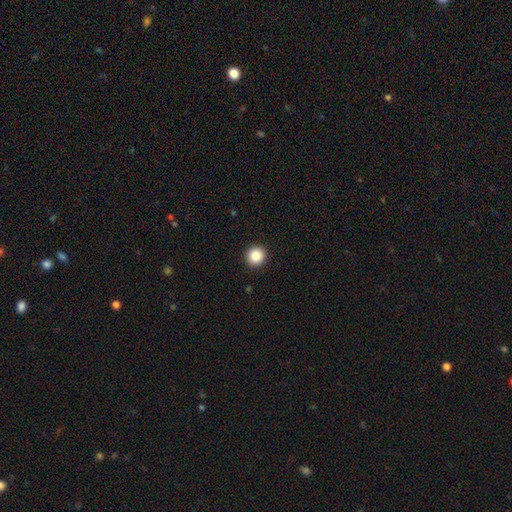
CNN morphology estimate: A smooth galaxy with no disk features (88%) that is round (95%). Merging: none (93%).